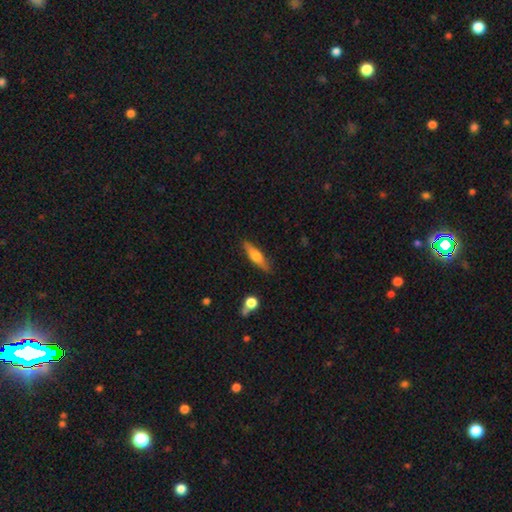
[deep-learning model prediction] A featured or disk galaxy (47%, tied with smooth).

Vote fractions:
- Smooth or featured? featured or disk: 47% (tied) / smooth: 47% (tied) / star or artifact: 6%
- Merging? none: 85% / minor disturbance: 10% / merger: 2% / major disturbance: 2%